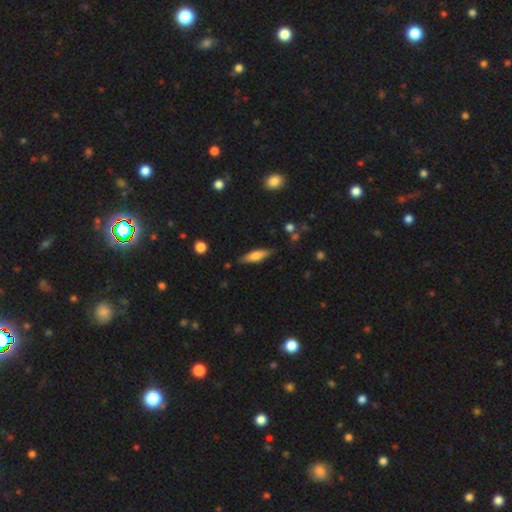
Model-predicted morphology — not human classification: Smooth or featured?
  - smooth: 58% *
  - featured or disk: 36%
  - star or artifact: 7%
How rounded?
  - cigar-shaped: 59% *
  - in between: 39%
  - round: 2%
Merging?
  - none: 83% *
  - minor disturbance: 13%
  - major disturbance: 3%
  - merger: 2%